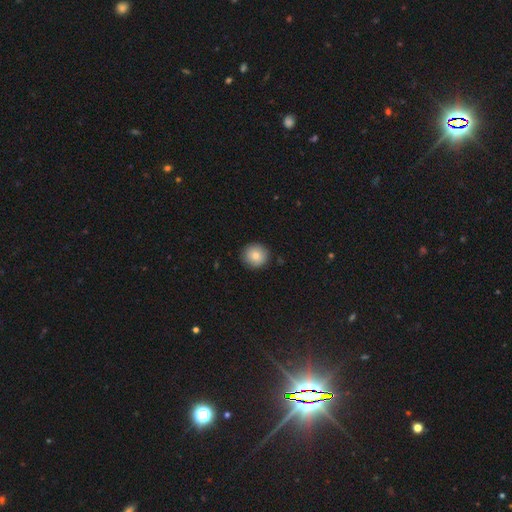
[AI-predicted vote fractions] Overall: smooth (80%). How rounded: round (92%). Merging: none (89%).